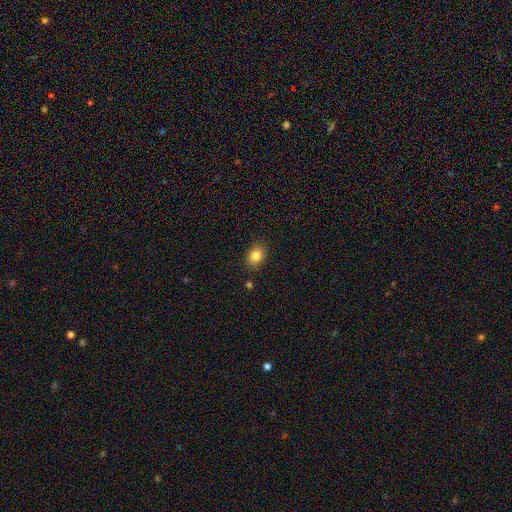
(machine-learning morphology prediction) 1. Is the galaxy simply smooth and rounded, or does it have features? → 84% smooth, 9% star or artifact, 6% featured or disk.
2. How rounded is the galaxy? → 70% in between, 28% round, 1% cigar-shaped.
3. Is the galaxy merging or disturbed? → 86% none, 10% minor disturbance, 2% major disturbance, 2% merger.